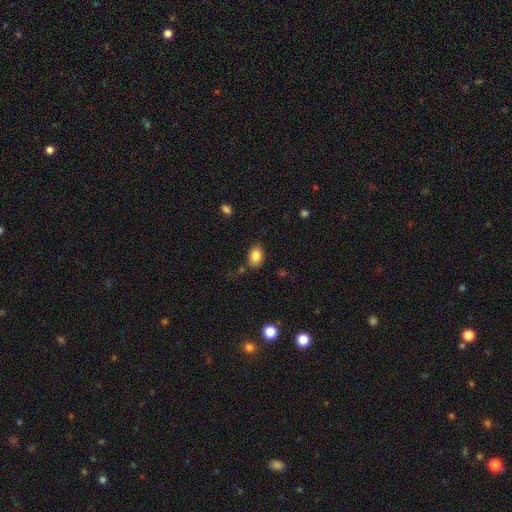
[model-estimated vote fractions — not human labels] Smooth or featured: smooth — 85% (star or artifact — 9%)
How rounded: in between — 69% (round — 29%)
Merging: none — 77% (minor disturbance — 16%)